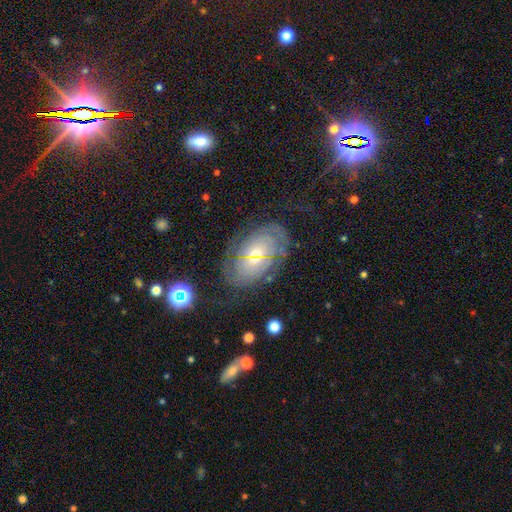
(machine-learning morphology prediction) This is likely a featured or disk galaxy (69%). It is clearly not viewed edge-on (95%). Bar: likely no (63%). Spiral arm pattern: clearly yes (81%). Spiral arm count: marginally can't tell (43%). Spiral winding: likely tight (65%). Central bulge: possibly small (54%). Merging: likely none (65%).